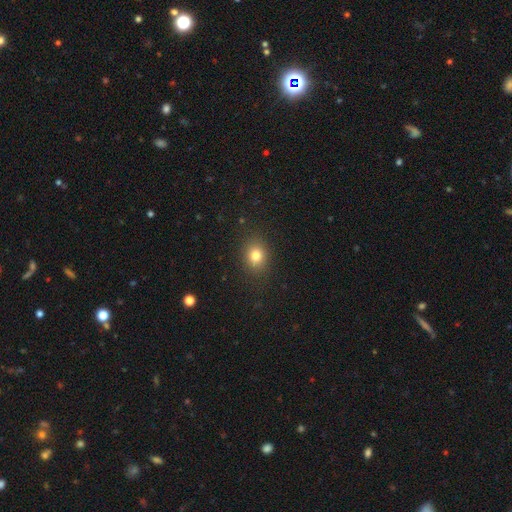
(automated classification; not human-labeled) This is clearly a smooth galaxy (80%). How rounded: possibly round (57%). Merging: clearly none (88%).